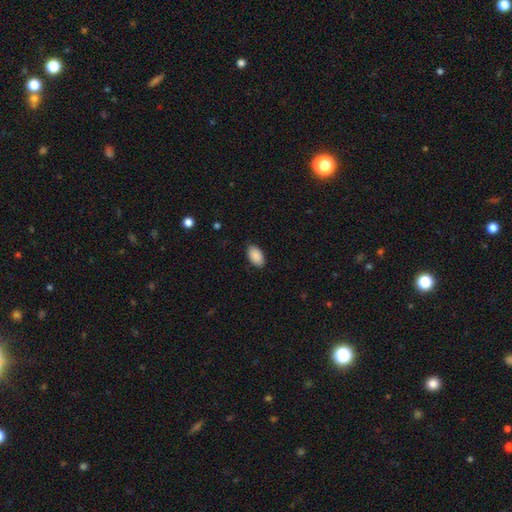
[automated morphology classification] Q: Smooth or featured?
A: smooth (90%); runner-up: star or artifact (6%)
Q: How rounded?
A: in between (95%); runner-up: round (4%)
Q: Merging?
A: none (85%); runner-up: minor disturbance (12%)